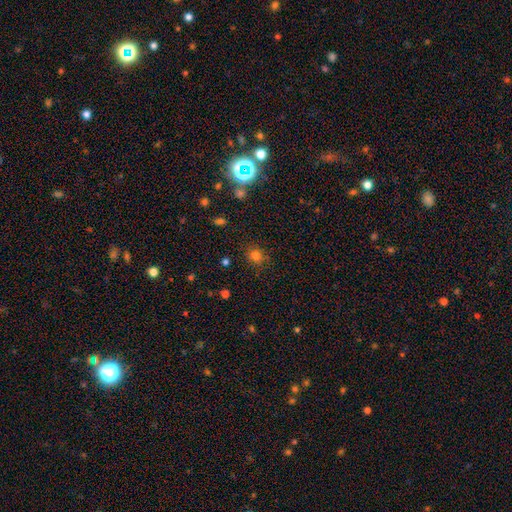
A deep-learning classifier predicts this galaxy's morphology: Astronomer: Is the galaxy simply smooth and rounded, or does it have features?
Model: smooth — 77%.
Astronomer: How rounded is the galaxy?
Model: round — 79%.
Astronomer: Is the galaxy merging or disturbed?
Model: none — 84%.